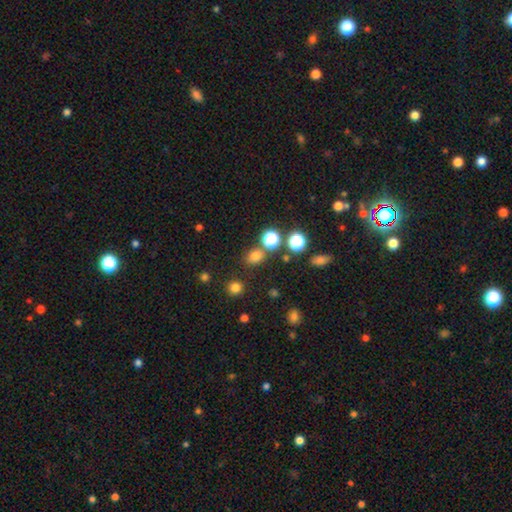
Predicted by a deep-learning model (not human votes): Q: Smooth or featured?
A: smooth (72%); runner-up: star or artifact (22%)
Q: How rounded?
A: round (64%); runner-up: in between (35%)
Q: Merging?
A: none (77%); runner-up: minor disturbance (10%)